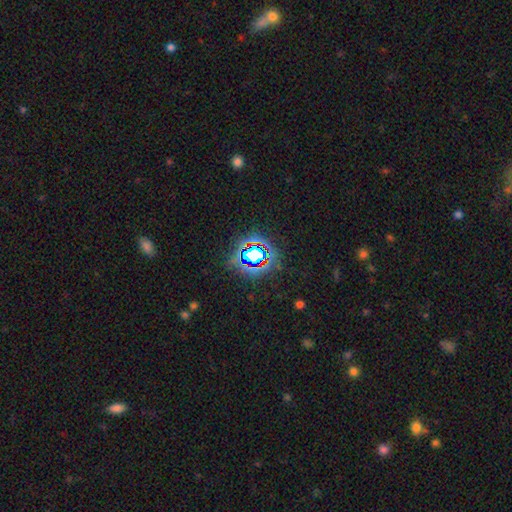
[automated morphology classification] Smooth or featured? Predicted: star or artifact (p=0.72).